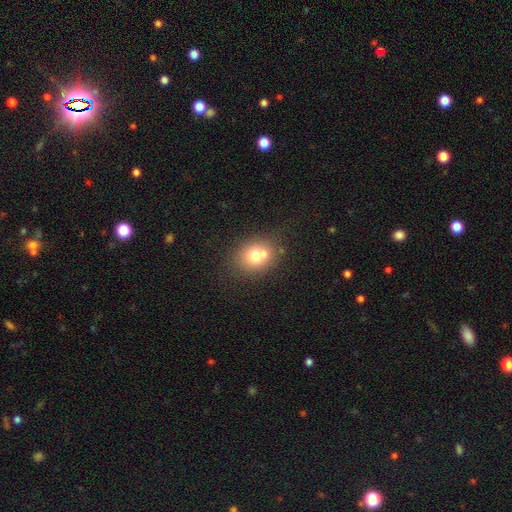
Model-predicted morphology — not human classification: smooth-or-featured: smooth: 70% | featured or disk: 19% | star or artifact: 11%
  how-rounded: round: 60% | in between: 39% | cigar-shaped: 1%
  merging: none: 51% | merger: 32% | minor disturbance: 13% | major disturbance: 4%